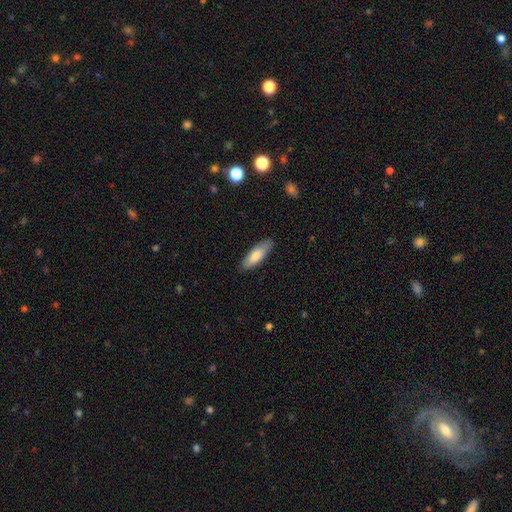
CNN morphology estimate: This appears to be a smooth galaxy with no disk features (78%) that is in between round and cigar-shaped (53%). Merging: none (86%).